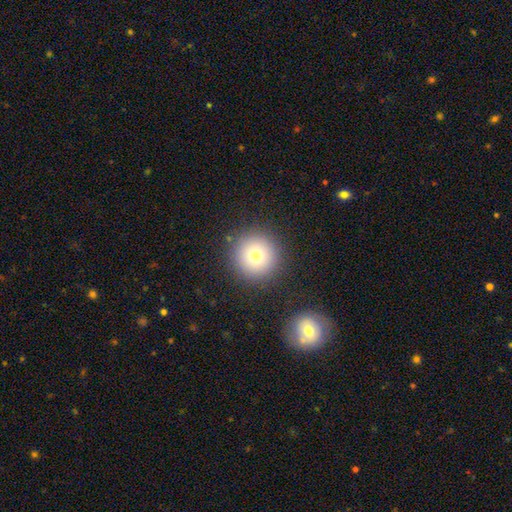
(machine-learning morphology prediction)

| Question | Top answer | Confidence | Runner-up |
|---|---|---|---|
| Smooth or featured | smooth | 76% | star or artifact (13%) |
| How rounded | round | 96% | in between (3%) |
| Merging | none | 88% | minor disturbance (6%) |